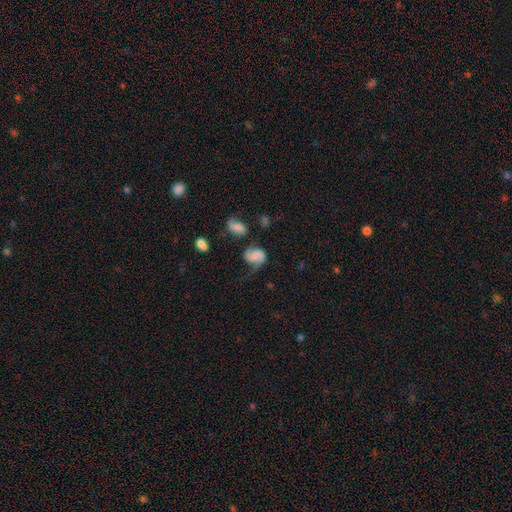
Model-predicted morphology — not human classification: Smooth or featured?
  - featured or disk: 46% *
  - smooth: 43%
  - star or artifact: 11%
Merging?
  - none: 38% *
  - major disturbance: 28%
  - minor disturbance: 27%
  - merger: 8%